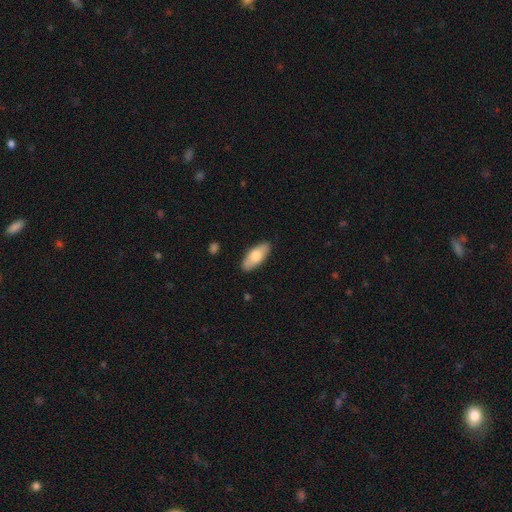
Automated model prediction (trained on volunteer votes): Overall: smooth (72%). How rounded: in between (84%). Merging: none (88%).